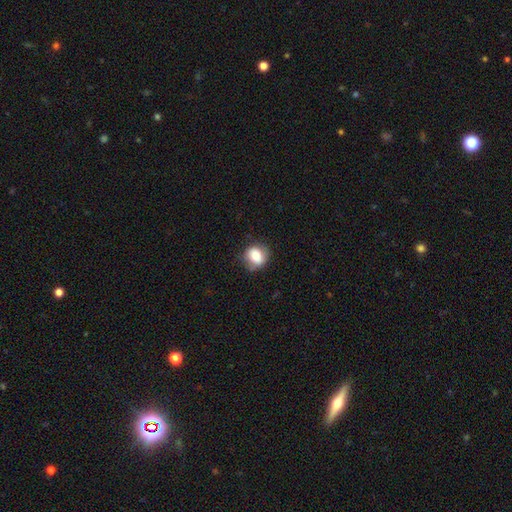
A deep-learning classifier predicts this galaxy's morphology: This appears to be a smooth galaxy with no disk features (75%) that is round (69%). Merging: none (70%).